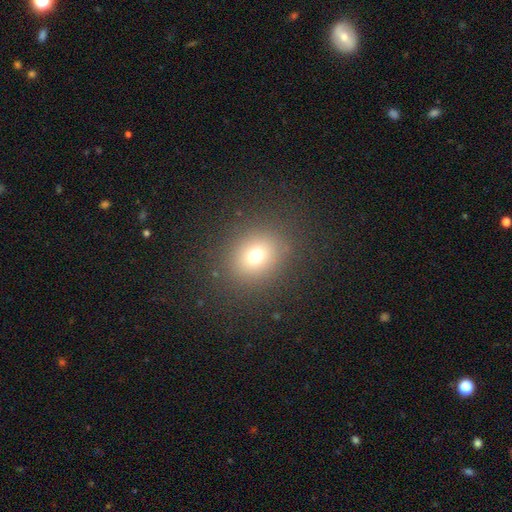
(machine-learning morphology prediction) The model was most divided on "how rounded": round: 70%, in between: 29%, cigar-shaped: 1%. More confident: merging — none (87%); smooth or featured — smooth (72%).